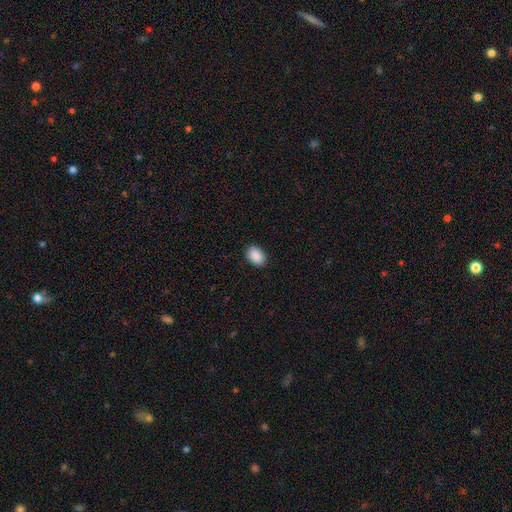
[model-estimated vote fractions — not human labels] A smooth galaxy with no disk features (90%) that is in between round and cigar-shaped (84%).

Vote fractions:
- Smooth or featured? smooth: 90% / star or artifact: 7% / featured or disk: 3%
- How rounded? in between: 84% / round: 15% / cigar-shaped: 1%
- Merging? none: 89% / minor disturbance: 8% / major disturbance: 2% / merger: 1%